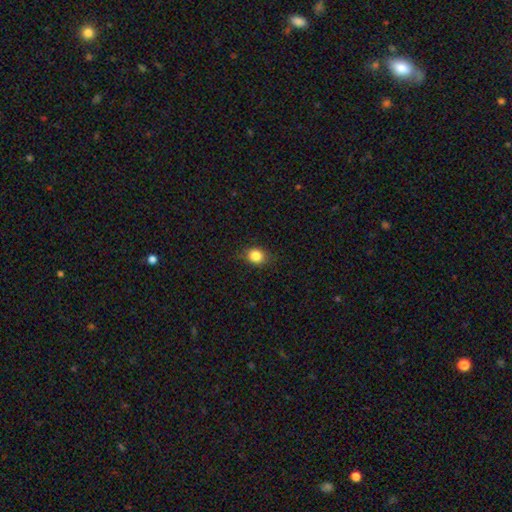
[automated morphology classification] Smooth or featured? smooth (84%)
How rounded? round (65%)
Merging? none (82%)